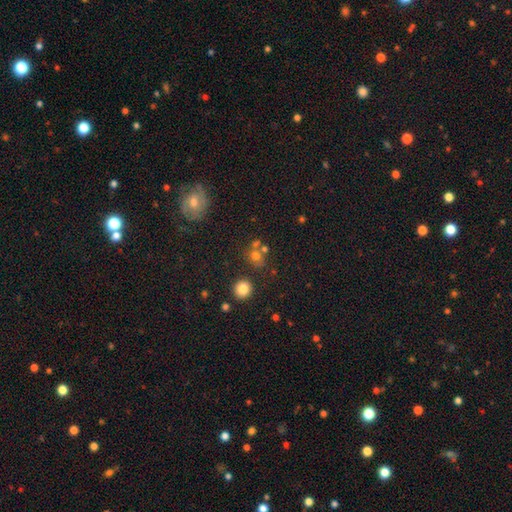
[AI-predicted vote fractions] Q: Smooth or featured?
A: smooth (68%); runner-up: star or artifact (19%)
Q: How rounded?
A: round (79%); runner-up: in between (20%)
Q: Merging?
A: none (57%); runner-up: merger (28%)